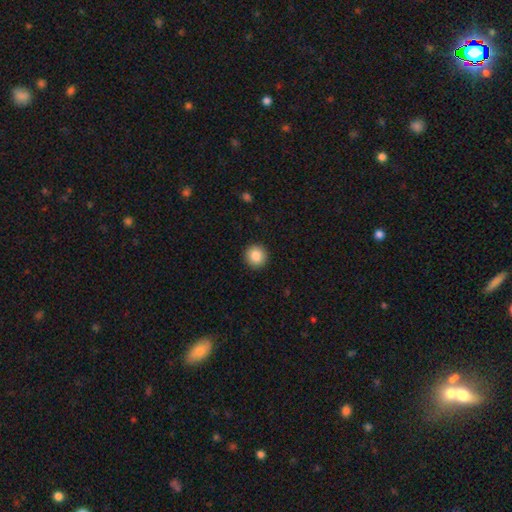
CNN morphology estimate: type=smooth (87%); roundness=round (95%); merging=none (93%).